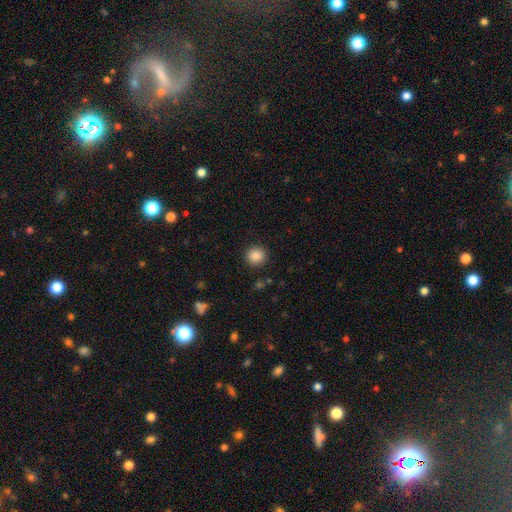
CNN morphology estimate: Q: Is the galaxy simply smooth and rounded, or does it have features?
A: smooth — 87%.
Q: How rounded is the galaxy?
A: round — 91%.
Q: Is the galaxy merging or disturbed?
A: none — 90%.